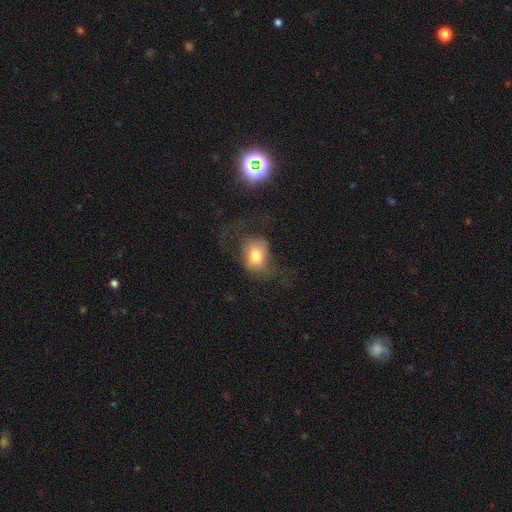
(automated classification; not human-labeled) smooth_or_featured: smooth (p=0.66) [alt: featured or disk p=0.24]
how_rounded: in between (p=0.64) [alt: round p=0.34]
merging: none (p=0.38) [alt: major disturbance p=0.37]